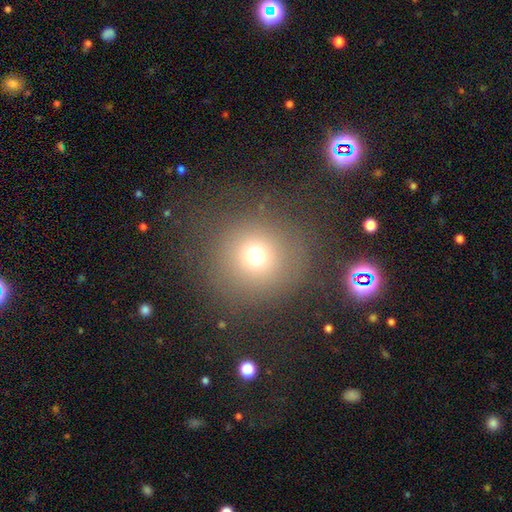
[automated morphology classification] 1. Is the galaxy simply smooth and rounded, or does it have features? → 70% smooth, 20% star or artifact, 10% featured or disk.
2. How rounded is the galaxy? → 94% round, 5% in between, 1% cigar-shaped.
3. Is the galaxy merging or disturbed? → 80% none, 9% minor disturbance, 9% major disturbance, 2% merger.